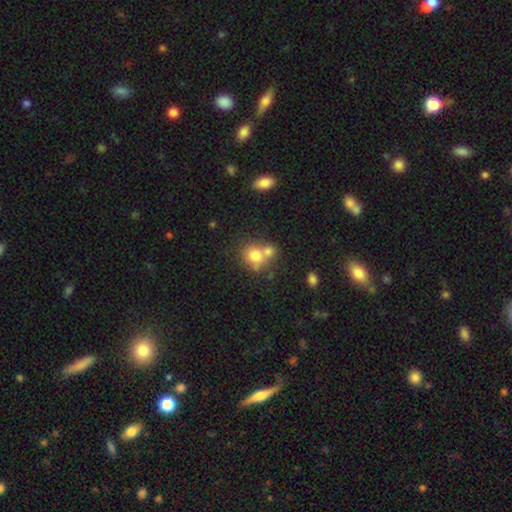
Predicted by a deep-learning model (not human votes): A smooth galaxy with no disk features (74%) that is round (75%). Merging: merger (50%).